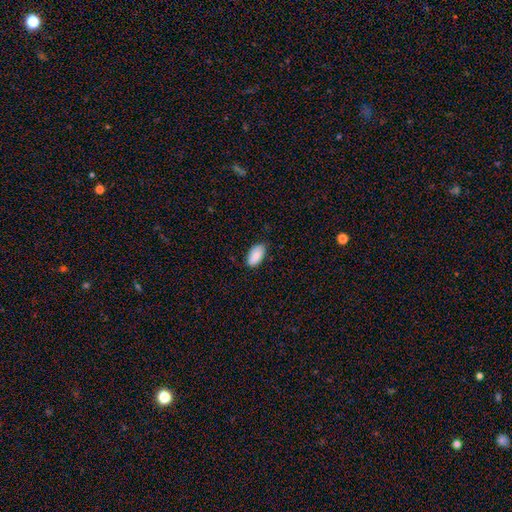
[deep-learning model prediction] Overall: smooth (88%). How rounded: in between (95%). Merging: none (78%).